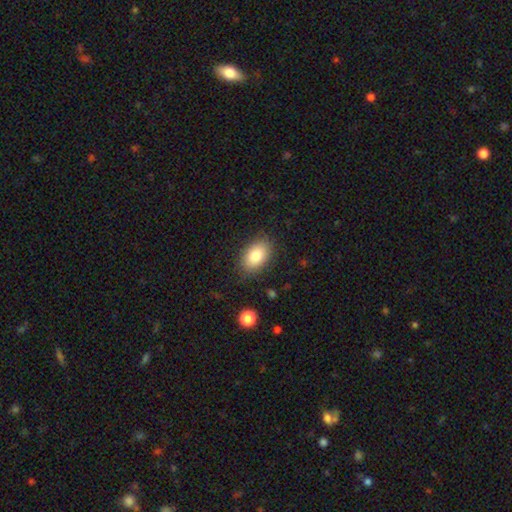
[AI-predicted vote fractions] Q: Smooth or featured?
A: smooth (82%); runner-up: featured or disk (10%)
Q: How rounded?
A: in between (89%); runner-up: round (10%)
Q: Merging?
A: none (84%); runner-up: minor disturbance (12%)